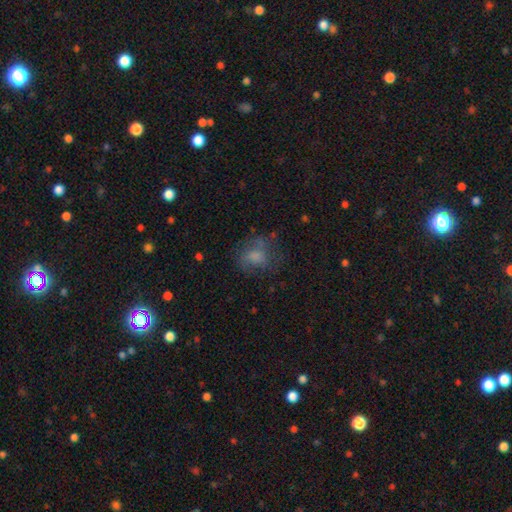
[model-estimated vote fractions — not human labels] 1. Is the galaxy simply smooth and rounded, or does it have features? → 60% smooth, 27% featured or disk, 13% star or artifact.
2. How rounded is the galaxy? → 52% round, 46% in between, 1% cigar-shaped.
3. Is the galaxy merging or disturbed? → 52% none, 23% major disturbance, 22% minor disturbance, 3% merger.